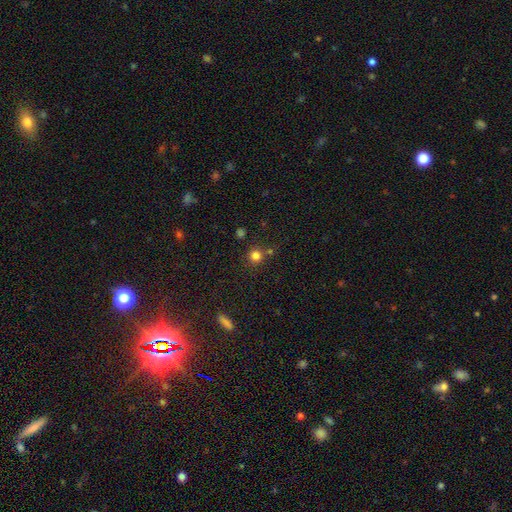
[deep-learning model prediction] smooth-or-featured: smooth: 80% | star or artifact: 15% | featured or disk: 5%
  how-rounded: round: 93% | in between: 6% | cigar-shaped: 1%
  merging: none: 78% | merger: 11% | minor disturbance: 8% | major disturbance: 3%